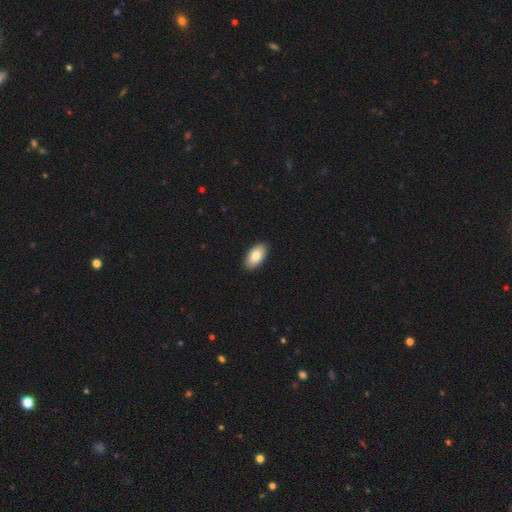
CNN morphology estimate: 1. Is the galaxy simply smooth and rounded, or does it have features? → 82% smooth, 11% featured or disk, 6% star or artifact.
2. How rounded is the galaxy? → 95% in between, 3% round, 2% cigar-shaped.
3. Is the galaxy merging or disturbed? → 91% none, 7% minor disturbance, 1% major disturbance, 1% merger.